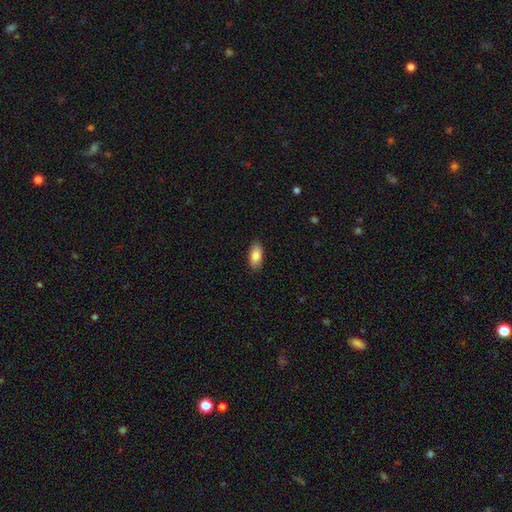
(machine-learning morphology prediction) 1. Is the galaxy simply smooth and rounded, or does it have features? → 86% smooth, 7% featured or disk, 6% star or artifact.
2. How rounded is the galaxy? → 90% in between, 7% cigar-shaped, 2% round.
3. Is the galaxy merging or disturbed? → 88% none, 9% minor disturbance, 2% major disturbance, 1% merger.